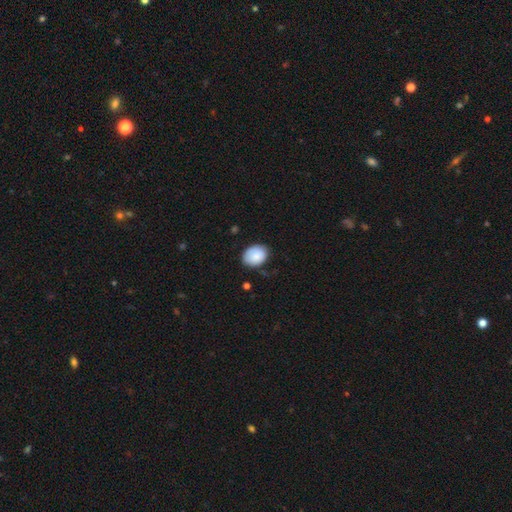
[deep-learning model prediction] Smooth or featured?
  - smooth: 87% *
  - star or artifact: 7%
  - featured or disk: 6%
How rounded?
  - in between: 59% *
  - round: 40%
  - cigar-shaped: 1%
Merging?
  - none: 73% *
  - minor disturbance: 22%
  - major disturbance: 4%
  - merger: 2%